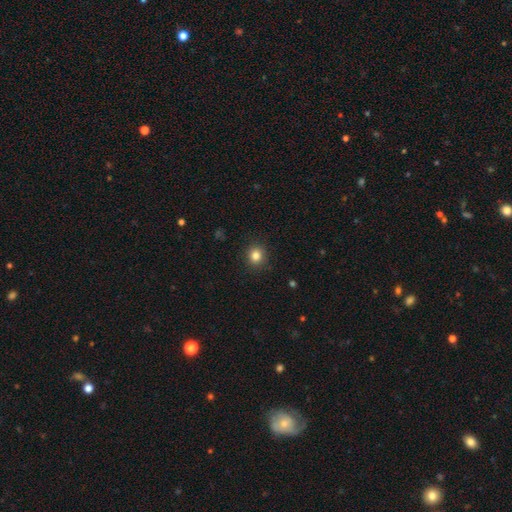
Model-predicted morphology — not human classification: Smooth or featured? Predicted: smooth (p=0.83). How rounded? Predicted: round (p=0.85). Merging? Predicted: none (p=0.90).